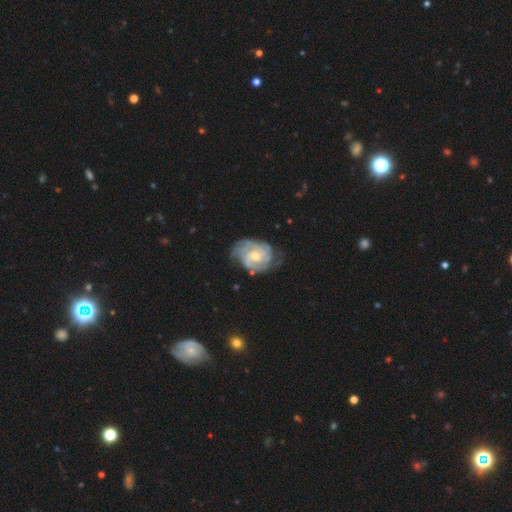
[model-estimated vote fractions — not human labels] smooth_or_featured: featured or disk (p=0.85) [alt: smooth p=0.10]
disk_edge_on: no (p=0.98) [alt: yes p=0.02]
bar: no (p=0.69) [alt: weak p=0.26]
has_spiral_arms: yes (p=0.95) [alt: no p=0.05]
spiral_winding: tight (p=0.65) [alt: medium p=0.29]
spiral_arm_count: can't tell (p=0.34) [alt: 2 p=0.22]
bulge_size: moderate (p=0.50) [alt: small p=0.44]
merging: none (p=0.66) [alt: minor disturbance p=0.23]